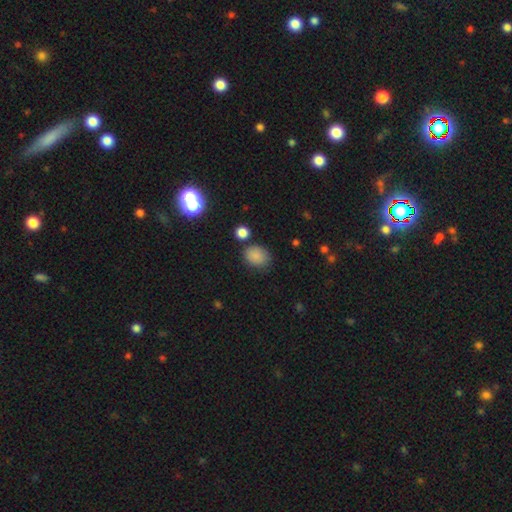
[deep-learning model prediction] smooth 83%, star or artifact 12%, featured or disk 5%. Down the decision tree: how rounded — in between (54%); merging — none (75%).